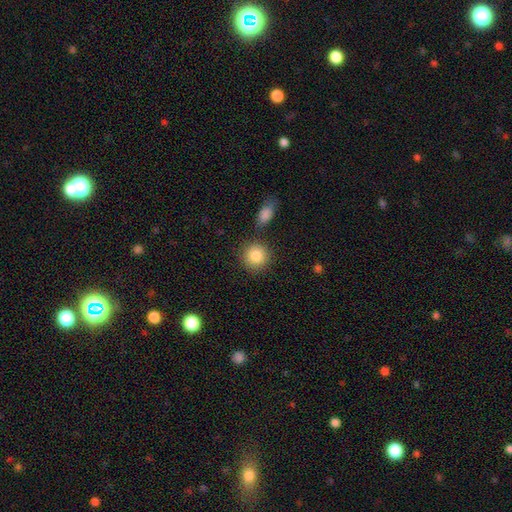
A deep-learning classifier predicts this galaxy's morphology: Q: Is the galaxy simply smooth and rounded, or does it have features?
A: smooth — 87%.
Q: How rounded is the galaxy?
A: round — 89%.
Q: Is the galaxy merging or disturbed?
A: none — 79%.